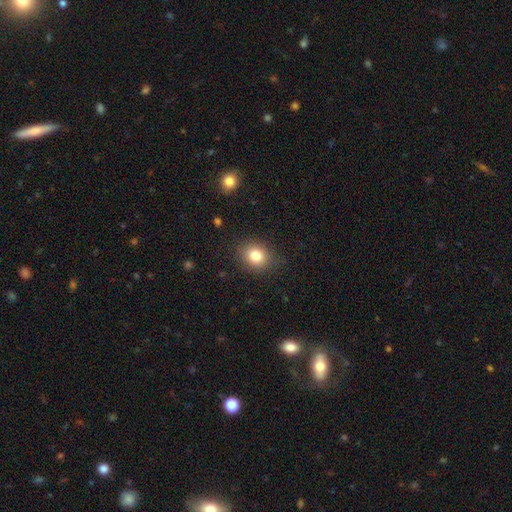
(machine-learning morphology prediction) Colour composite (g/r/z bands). It shows a smooth galaxy with no disk features (82%) that is round (63%). Merging: none (84%).